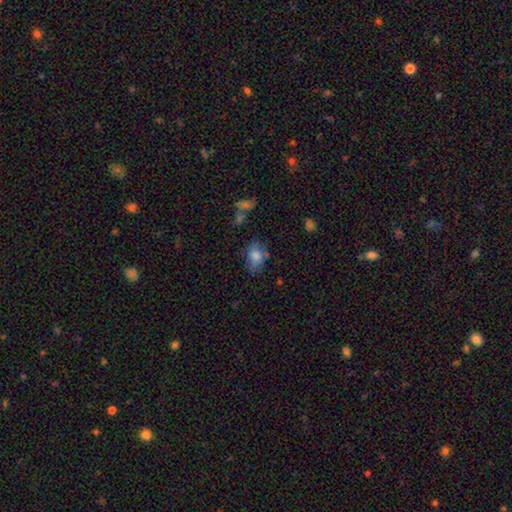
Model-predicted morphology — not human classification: The model was most divided on "merging": none: 61%, minor disturbance: 25%, major disturbance: 8%, merger: 5%. More confident: smooth or featured — smooth (80%); how rounded — in between (75%).